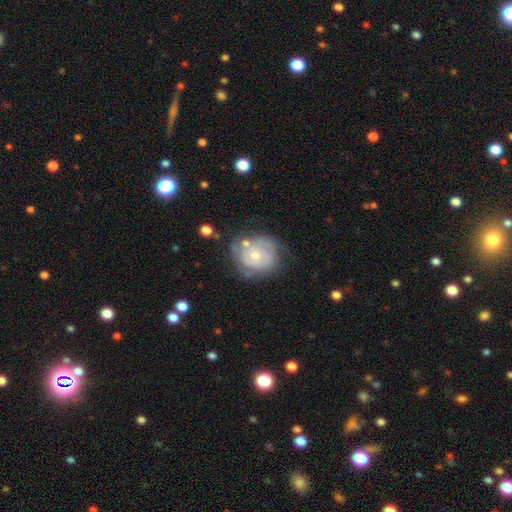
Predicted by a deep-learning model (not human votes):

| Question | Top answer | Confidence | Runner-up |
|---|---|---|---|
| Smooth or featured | featured or disk | 66% | smooth (28%) |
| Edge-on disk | no | 98% | yes (2%) |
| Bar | no | 80% | weak (17%) |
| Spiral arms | yes | 75% | no (25%) |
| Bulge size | small | 53% | moderate (41%) |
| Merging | none | 56% | minor disturbance (25%) |